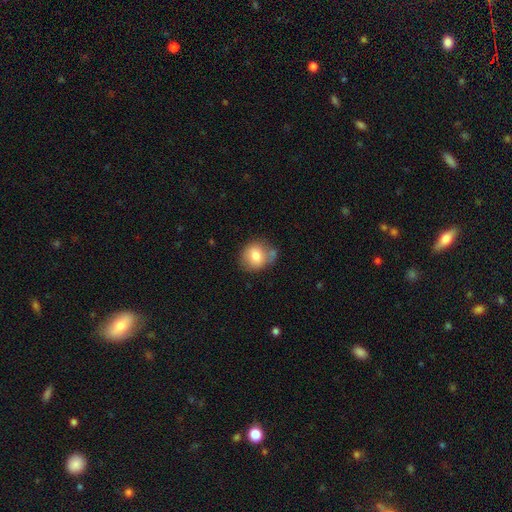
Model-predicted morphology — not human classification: Overall: smooth (77%). How rounded: round (77%). Merging: none (62%).